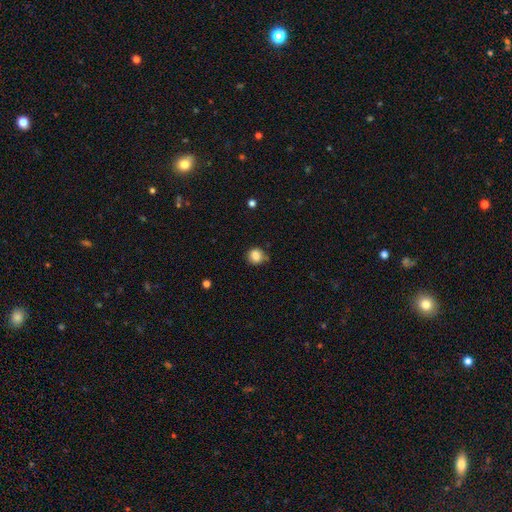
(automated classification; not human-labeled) Overall: smooth (84%). How rounded: round (82%). Merging: none (72%).